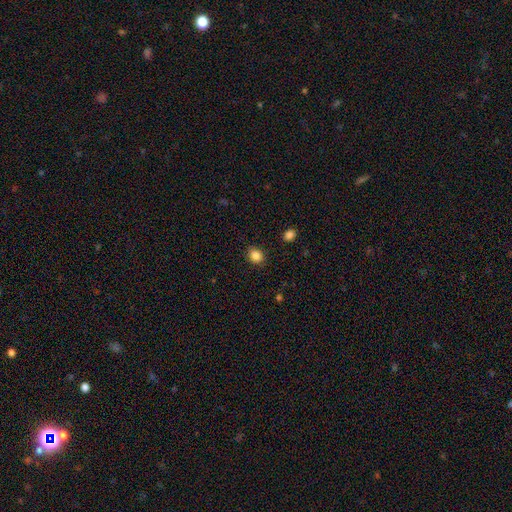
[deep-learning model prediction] A smooth galaxy with no disk features (86%) that is round (63%). Merging: none (88%).